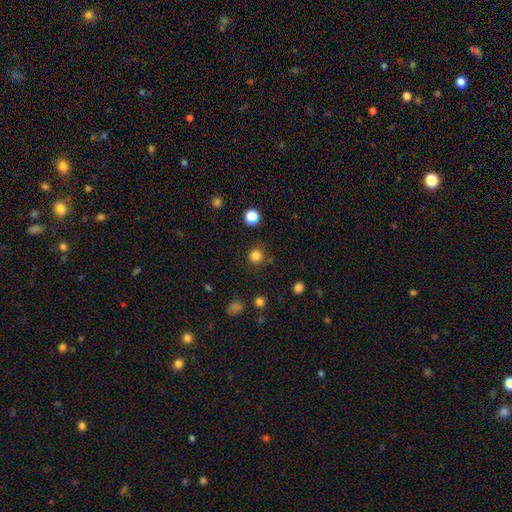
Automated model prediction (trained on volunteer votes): Smooth or featured?
  - smooth: 82% *
  - star or artifact: 13%
  - featured or disk: 4%
How rounded?
  - round: 92% *
  - in between: 7%
  - cigar-shaped: 1%
Merging?
  - none: 86% *
  - minor disturbance: 9%
  - major disturbance: 3%
  - merger: 3%